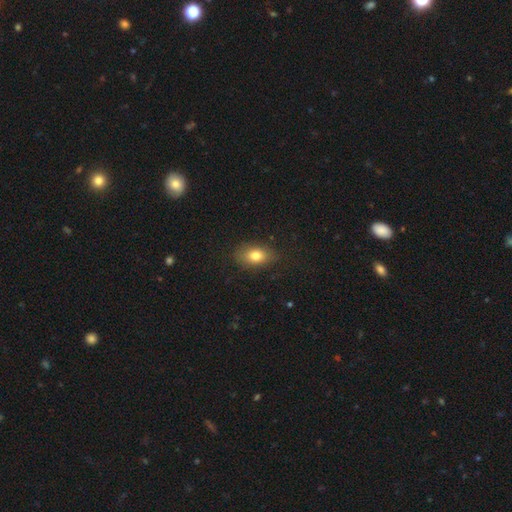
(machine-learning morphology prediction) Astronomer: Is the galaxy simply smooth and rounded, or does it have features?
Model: smooth — 79%.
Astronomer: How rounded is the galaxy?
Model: in between — 80%.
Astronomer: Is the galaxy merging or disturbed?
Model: none — 82%.